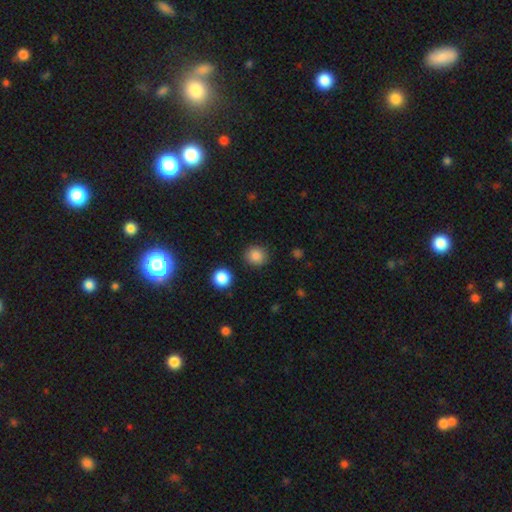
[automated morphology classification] Smooth or featured? Predicted: smooth (p=0.86). How rounded? Predicted: round (p=0.89). Merging? Predicted: none (p=0.88).